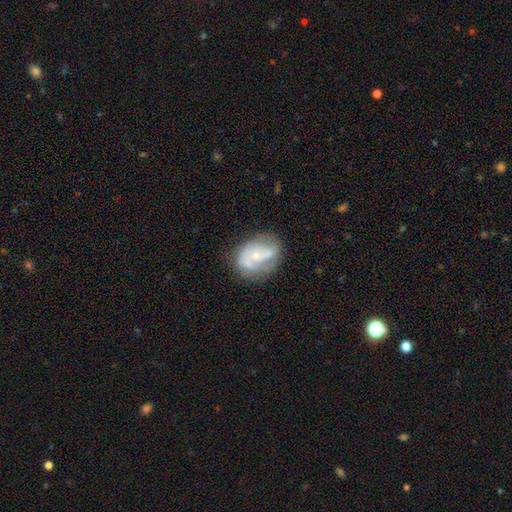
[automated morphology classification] Q: Smooth or featured?
A: featured or disk (70%); runner-up: smooth (23%)
Q: Edge-on disk?
A: no (97%); runner-up: yes (3%)
Q: Bar?
A: no (64%); runner-up: weak (28%)
Q: Spiral arms?
A: yes (80%); runner-up: no (20%)
Q: Spiral winding?
A: medium (42%); runner-up: tight (36%)
Q: Spiral arm count?
A: 2 (51%); runner-up: can't tell (23%)
Q: Bulge size?
A: small (63%); runner-up: moderate (30%)
Q: Merging?
A: none (59%); runner-up: minor disturbance (23%)